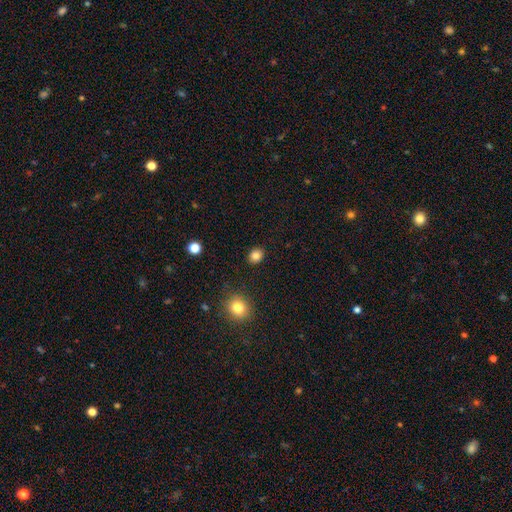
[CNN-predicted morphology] Smooth or featured: smooth — 84% (star or artifact — 11%)
How rounded: round — 59% (in between — 40%)
Merging: none — 89% (minor disturbance — 7%)